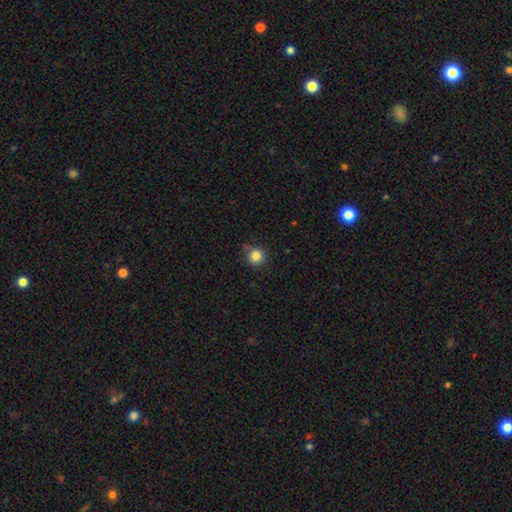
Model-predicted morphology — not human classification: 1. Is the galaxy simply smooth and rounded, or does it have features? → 85% smooth, 11% star or artifact, 4% featured or disk.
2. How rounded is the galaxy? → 94% round, 5% in between, 1% cigar-shaped.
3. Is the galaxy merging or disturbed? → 80% none, 14% minor disturbance, 3% major disturbance, 3% merger.